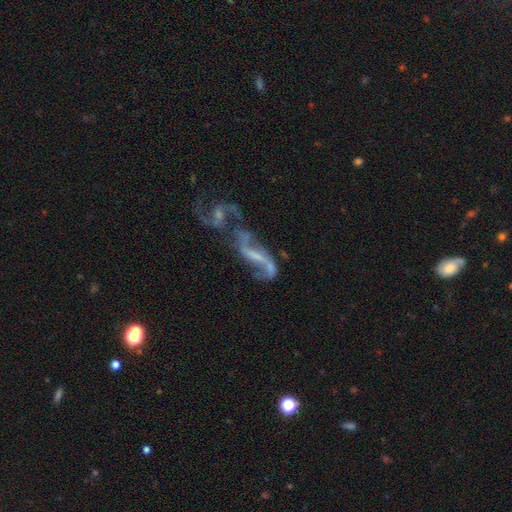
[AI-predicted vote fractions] A featured or disk galaxy (77%) with a weak bar (37%), 2 (81%) loose (78%) spiral arms (79%) and no central bulge (48%).

Vote fractions:
- Smooth or featured? featured or disk: 77% / smooth: 13% / star or artifact: 10%
- Edge-on disk? no: 92% / yes: 8%
- Bar? weak: 37% / no: 33% / strong: 30%
- Spiral arms? yes: 79% / no: 21%
- Spiral winding? loose: 78% / medium: 17% / tight: 5%
- Spiral arm count? 2: 81% / 1: 8% / can't tell: 7% / 3: 2% / 4: 1% / more than 4: 1%
- Bulge size? none: 48% / small: 34% / moderate: 15% / large: 2% / dominant: 1%
- Merging? merger: 55% / none: 17% / major disturbance: 17% / minor disturbance: 10%